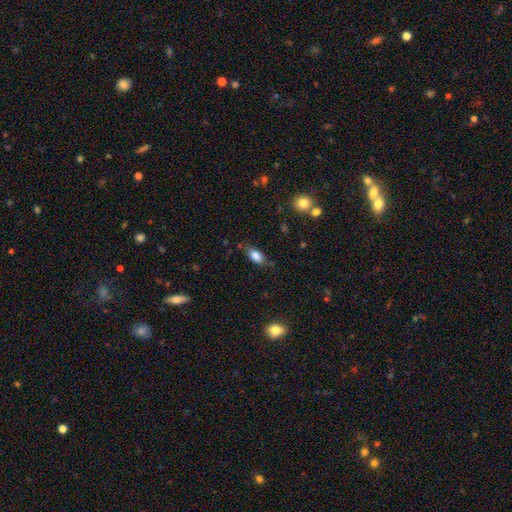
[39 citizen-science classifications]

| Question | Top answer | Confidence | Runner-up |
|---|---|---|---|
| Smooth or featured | smooth | 74% | featured or disk (15%) |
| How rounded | in between | 83% | round (10%) |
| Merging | none | 74% | minor disturbance (20%) |